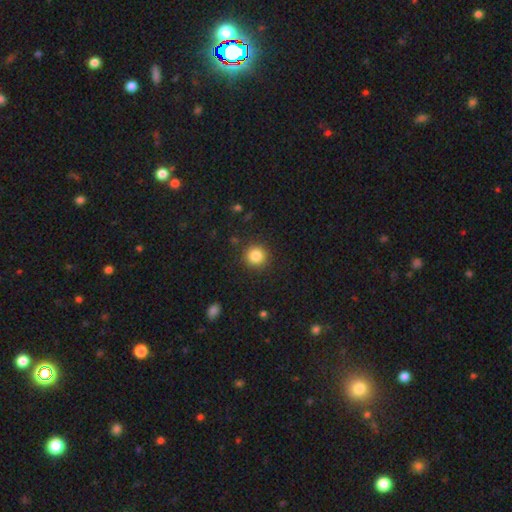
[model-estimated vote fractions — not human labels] Morphology: type=smooth (85%); roundness=round (93%); merging=none (90%).